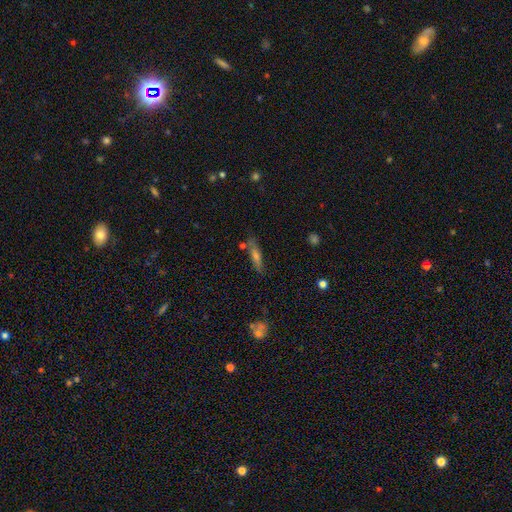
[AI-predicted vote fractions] This is possibly a smooth galaxy (45%). Merging: likely none (75%).